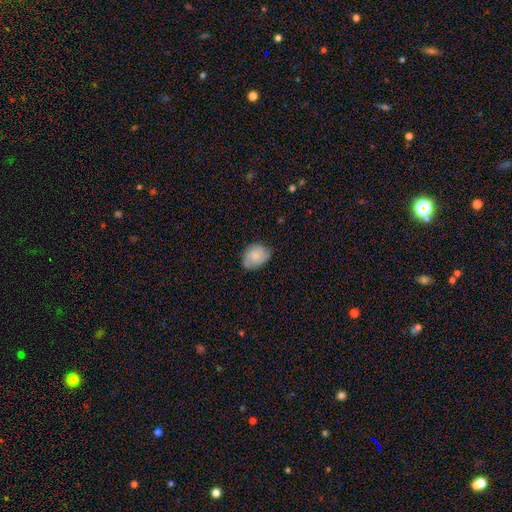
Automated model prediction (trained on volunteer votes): Smooth or featured?
  - smooth: 54% *
  - featured or disk: 38%
  - star or artifact: 8%
How rounded?
  - in between: 65% *
  - round: 34%
  - cigar-shaped: 1%
Merging?
  - none: 69% *
  - minor disturbance: 24%
  - major disturbance: 5%
  - merger: 1%